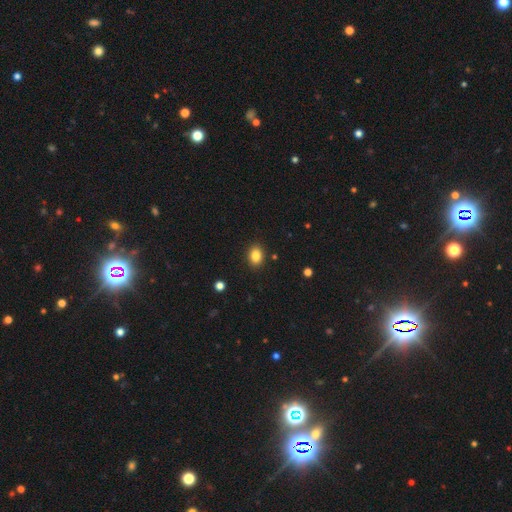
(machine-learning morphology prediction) A smooth galaxy with no disk features (85%) that is in between round and cigar-shaped (63%).

Vote fractions:
- Smooth or featured? smooth: 85% / star or artifact: 10% / featured or disk: 5%
- How rounded? in between: 63% / round: 36% / cigar-shaped: 1%
- Merging? none: 89% / minor disturbance: 8% / major disturbance: 2% / merger: 1%